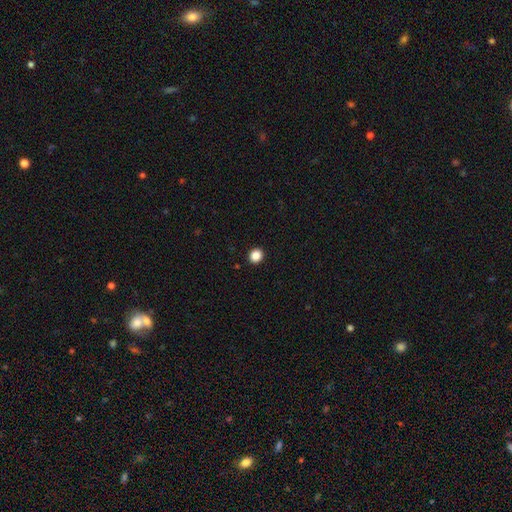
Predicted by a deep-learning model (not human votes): smooth 87%, star or artifact 10%, featured or disk 3%. Down the decision tree: how rounded — round (77%); merging — none (93%).